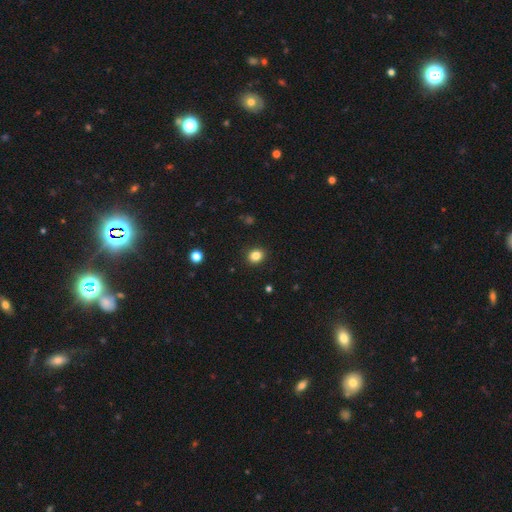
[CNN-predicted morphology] smooth_or_featured: smooth (p=0.84) [alt: star or artifact p=0.12]
how_rounded: round (p=0.67) [alt: in between p=0.32]
merging: none (p=0.91) [alt: minor disturbance p=0.06]